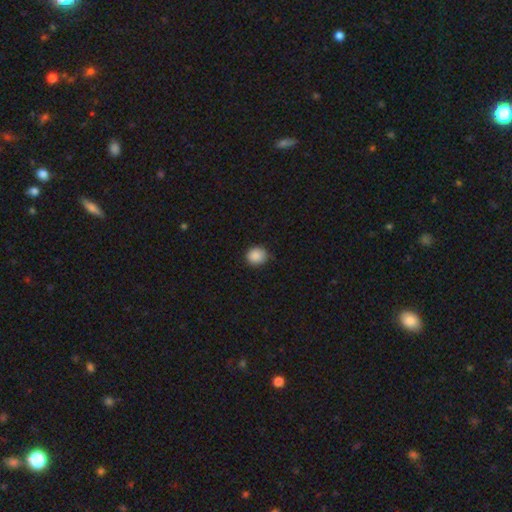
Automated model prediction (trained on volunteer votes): A smooth galaxy with no disk features (88%) that is round (82%). Merging: none (82%).